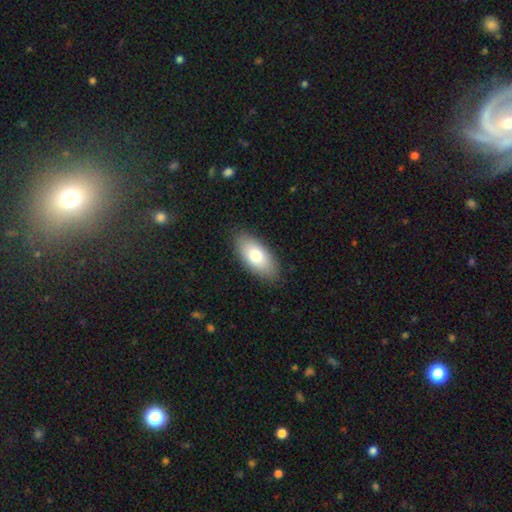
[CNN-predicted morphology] type=smooth (77%); roundness=in between (90%); merging=none (87%).